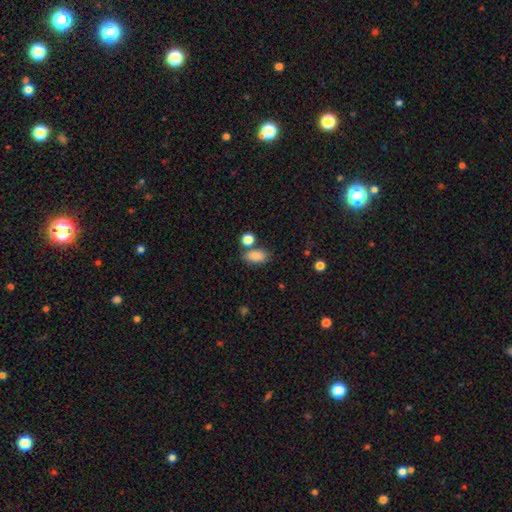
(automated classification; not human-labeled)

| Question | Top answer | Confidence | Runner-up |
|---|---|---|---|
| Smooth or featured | smooth | 85% | star or artifact (9%) |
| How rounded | in between | 88% | round (9%) |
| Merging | none | 65% | merger (16%) |